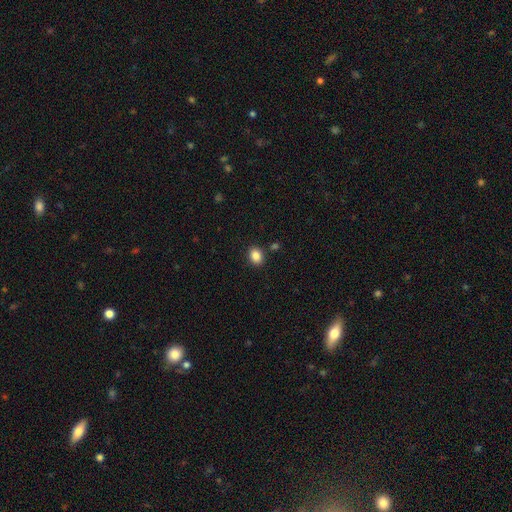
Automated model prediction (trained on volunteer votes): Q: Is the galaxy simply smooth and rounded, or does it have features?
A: smooth — 86%.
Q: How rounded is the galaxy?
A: in between — 56%.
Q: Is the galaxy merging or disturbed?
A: none — 86%.